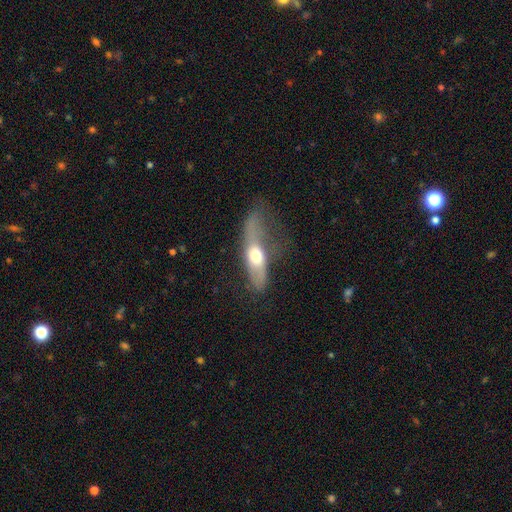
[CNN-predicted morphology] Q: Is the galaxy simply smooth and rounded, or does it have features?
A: smooth — 50%.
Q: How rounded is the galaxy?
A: in between — 54%.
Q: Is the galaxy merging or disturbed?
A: major disturbance — 45%.